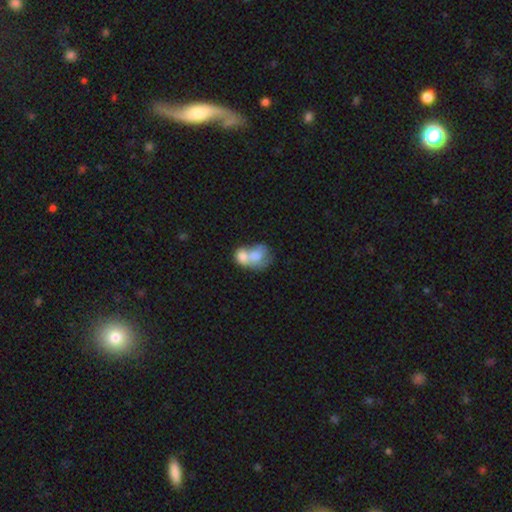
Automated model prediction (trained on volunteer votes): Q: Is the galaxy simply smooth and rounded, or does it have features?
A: smooth — 64%.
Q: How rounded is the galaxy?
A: in between — 61%.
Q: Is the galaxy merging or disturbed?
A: merger — 75%.